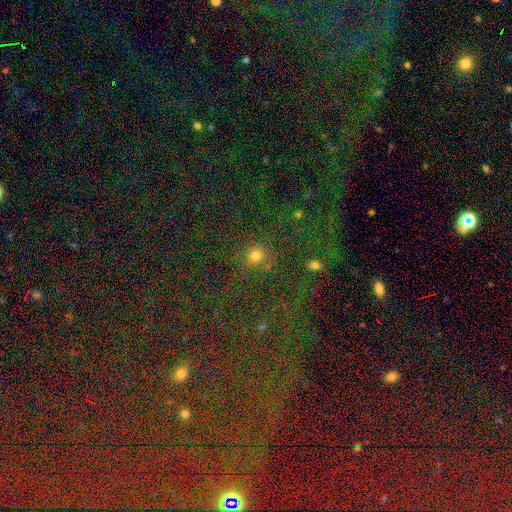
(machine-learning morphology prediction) type=smooth (66%); roundness=round (92%); merging=none (81%).